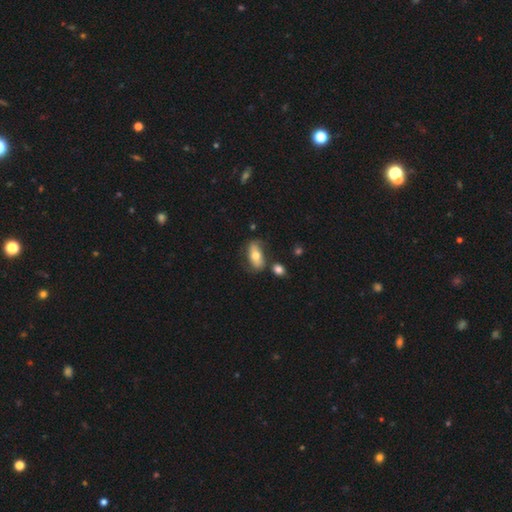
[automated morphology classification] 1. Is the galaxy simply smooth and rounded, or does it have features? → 60% smooth, 33% featured or disk, 7% star or artifact.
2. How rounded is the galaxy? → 86% in between, 9% cigar-shaped, 5% round.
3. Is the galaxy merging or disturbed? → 65% none, 20% minor disturbance, 8% merger, 7% major disturbance.